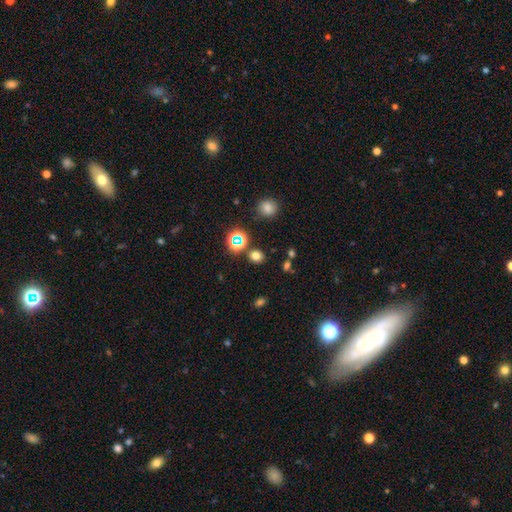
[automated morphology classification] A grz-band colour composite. It shows a smooth galaxy with no disk features (68%) that is round (76%). Merging: none (83%).